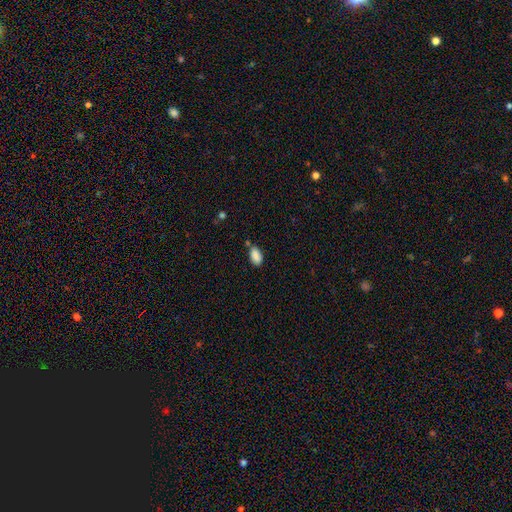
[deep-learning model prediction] smooth_or_featured: smooth (p=0.88) [alt: star or artifact p=0.08]
how_rounded: in between (p=0.92) [alt: round p=0.06]
merging: none (p=0.69) [alt: minor disturbance p=0.19]